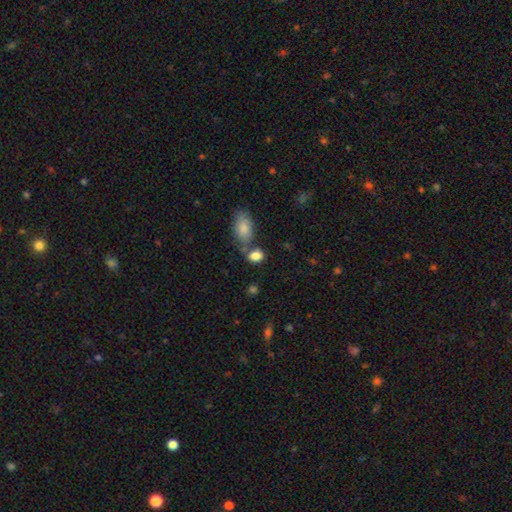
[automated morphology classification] Smooth or featured? Predicted: smooth (p=0.85). How rounded? Predicted: in between (p=0.74). Merging? Predicted: none (p=0.53).